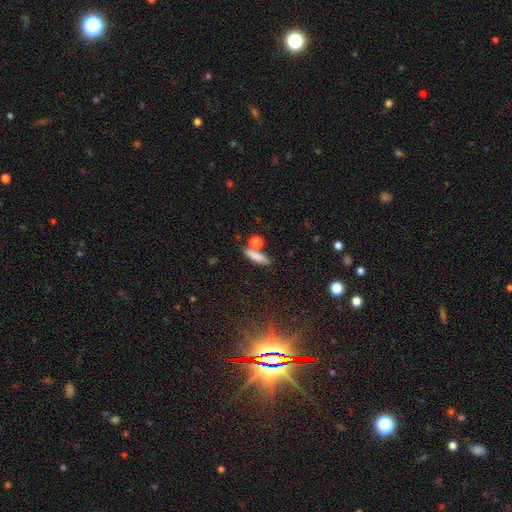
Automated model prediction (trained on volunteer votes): smooth-or-featured: smooth: 79% | featured or disk: 11% | star or artifact: 10%
  how-rounded: cigar-shaped: 63% | in between: 28% | round: 9%
  merging: none: 67% | merger: 17% | minor disturbance: 11% | major disturbance: 4%